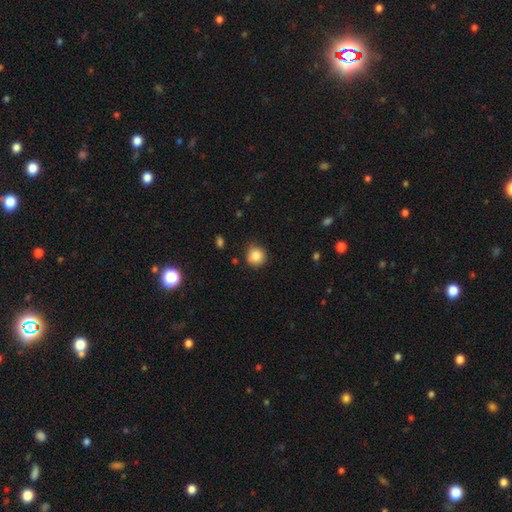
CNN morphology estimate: Q: Smooth or featured?
A: smooth (84%); runner-up: star or artifact (10%)
Q: How rounded?
A: round (91%); runner-up: in between (8%)
Q: Merging?
A: none (81%); runner-up: minor disturbance (14%)